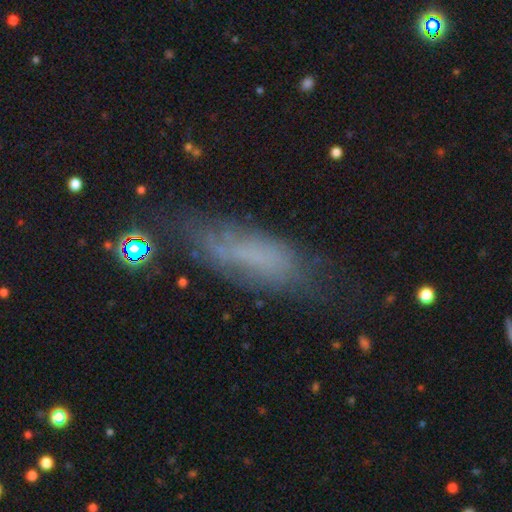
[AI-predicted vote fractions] A smooth galaxy with no disk features (52%) that is in between round and cigar-shaped (56%).

Vote fractions:
- Smooth or featured? smooth: 52% / featured or disk: 34% / star or artifact: 14%
- How rounded? in between: 56% / cigar-shaped: 41% / round: 3%
- Merging? none: 56% / minor disturbance: 26% / major disturbance: 15% / merger: 3%